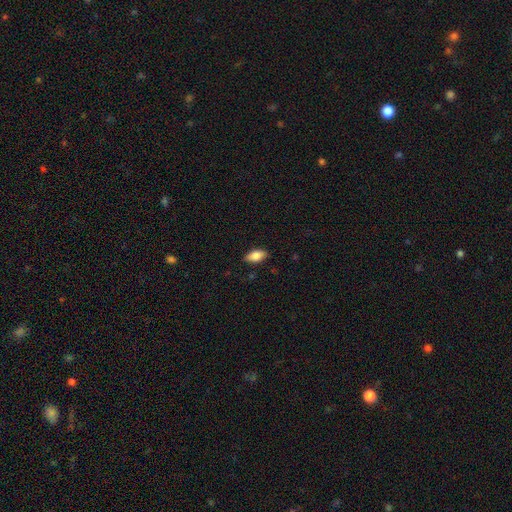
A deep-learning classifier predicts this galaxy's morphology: Q: Smooth or featured?
A: smooth (81%); runner-up: featured or disk (12%)
Q: How rounded?
A: in between (89%); runner-up: cigar-shaped (8%)
Q: Merging?
A: none (87%); runner-up: minor disturbance (10%)